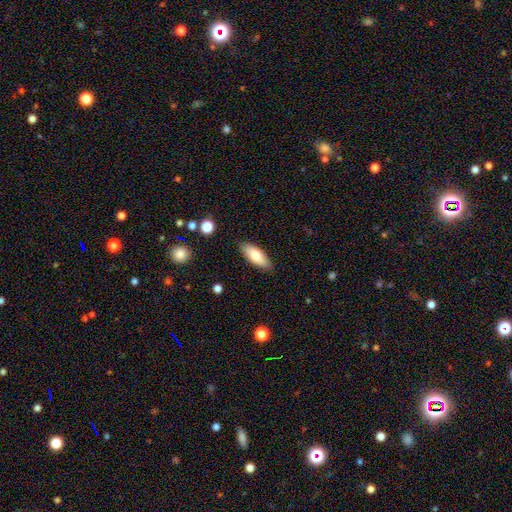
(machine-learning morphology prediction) A smooth galaxy with no disk features (77%) that is in between round and cigar-shaped (77%).

Vote fractions:
- Smooth or featured? smooth: 77% / featured or disk: 16% / star or artifact: 6%
- How rounded? in between: 77% / cigar-shaped: 21% / round: 2%
- Merging? none: 86% / minor disturbance: 10% / major disturbance: 2% / merger: 1%